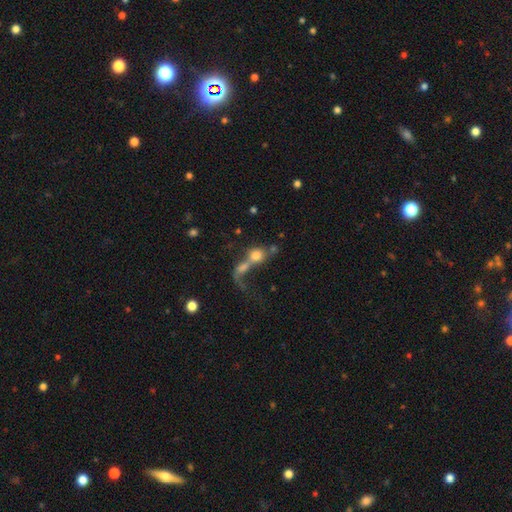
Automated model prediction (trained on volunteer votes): Q: Smooth or featured?
A: smooth (61%); runner-up: featured or disk (25%)
Q: How rounded?
A: round (60%); runner-up: in between (34%)
Q: Merging?
A: merger (62%); runner-up: major disturbance (17%)